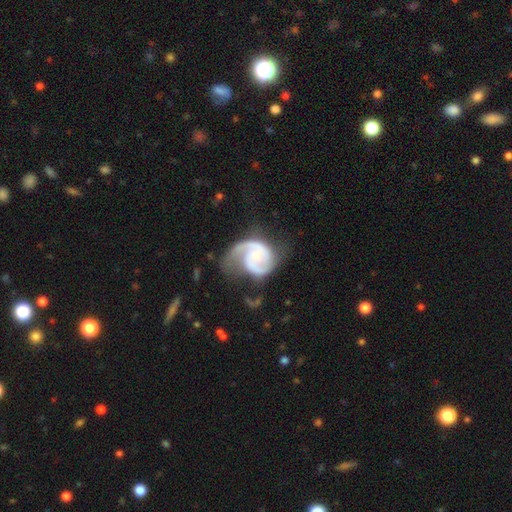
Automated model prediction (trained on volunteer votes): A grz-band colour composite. It shows a featured or disk galaxy (87%) with no bar (63%), 2 (75%) medium (48%) spiral arms (97%) and a small central bulge (50%). Merging: none (47%).